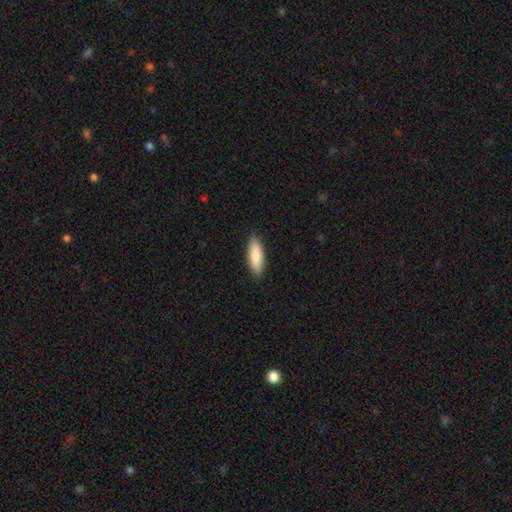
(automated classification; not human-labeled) This is clearly a smooth galaxy (88%). How rounded: likely in between (62%). Merging: clearly none (88%).